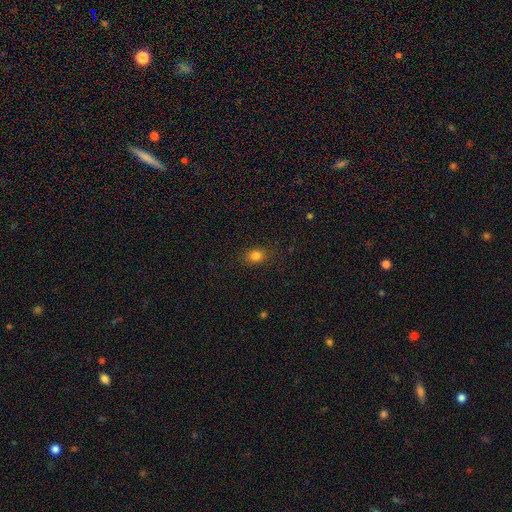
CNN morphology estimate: type=smooth (80%); roundness=in between (60%); merging=none (84%).